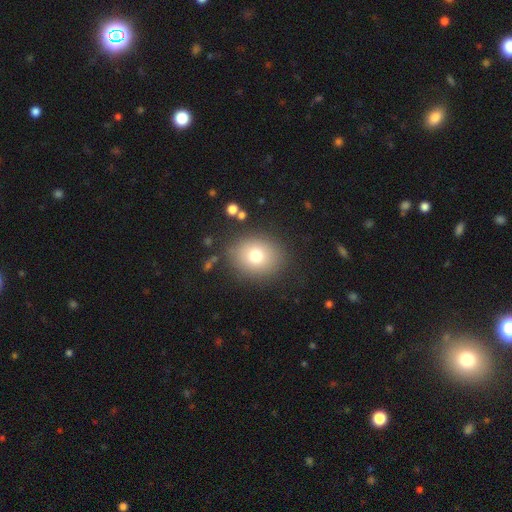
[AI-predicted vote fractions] Overall: smooth (74%). How rounded: round (63%; in between 36%). Merging: none (83%).